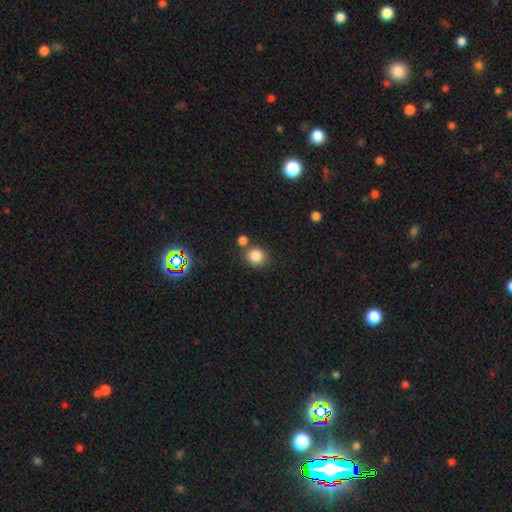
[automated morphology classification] Smooth or featured? smooth (84%)
How rounded? round (81%)
Merging? none (68%)